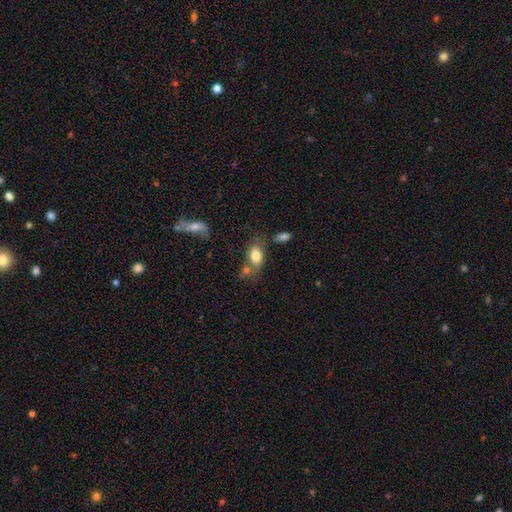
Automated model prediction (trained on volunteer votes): A smooth galaxy with no disk features (79%) that is in between round and cigar-shaped (88%). Merging: none (50%).